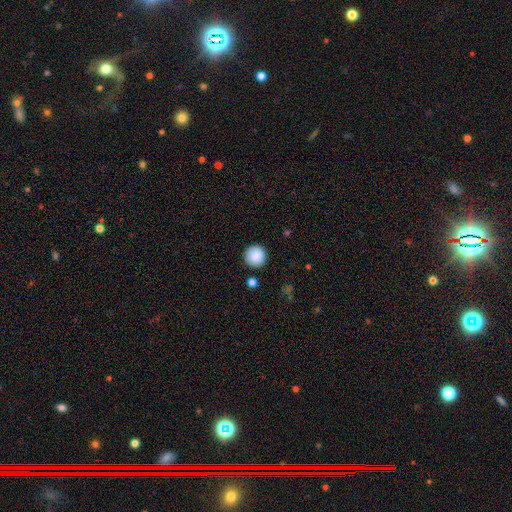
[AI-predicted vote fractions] The model was most divided on "smooth or featured": smooth: 88%, star or artifact: 8%, featured or disk: 4%. More confident: how rounded — round (96%); merging — none (90%).